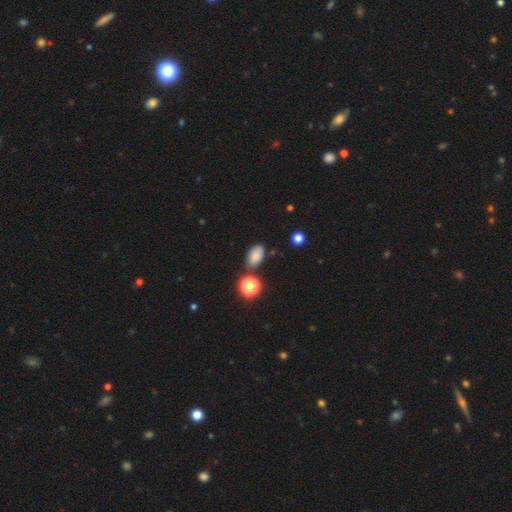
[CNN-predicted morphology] Smooth or featured? Predicted: smooth (p=0.80). How rounded? Predicted: in between (p=0.88). Merging? Predicted: none (p=0.76).